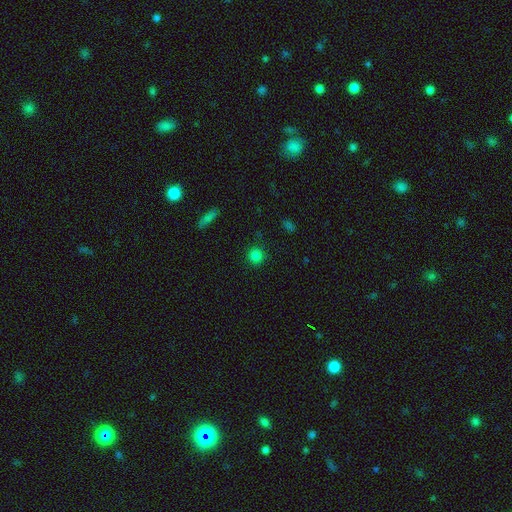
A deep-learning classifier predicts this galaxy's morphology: Overall: smooth (82%). How rounded: round (93%). Merging: none (90%).